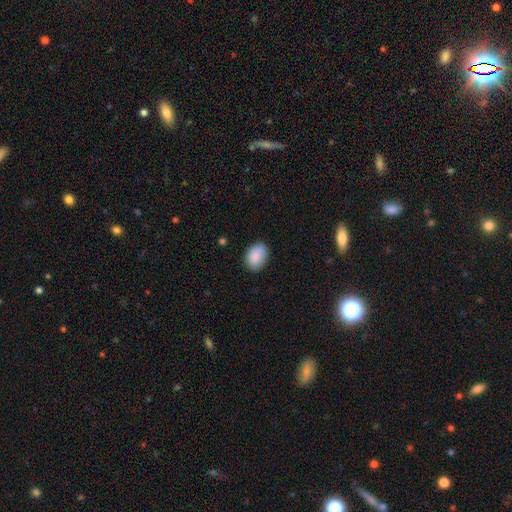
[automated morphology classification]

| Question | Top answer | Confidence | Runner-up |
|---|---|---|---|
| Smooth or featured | smooth | 90% | star or artifact (7%) |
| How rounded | in between | 84% | round (15%) |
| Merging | none | 83% | minor disturbance (13%) |